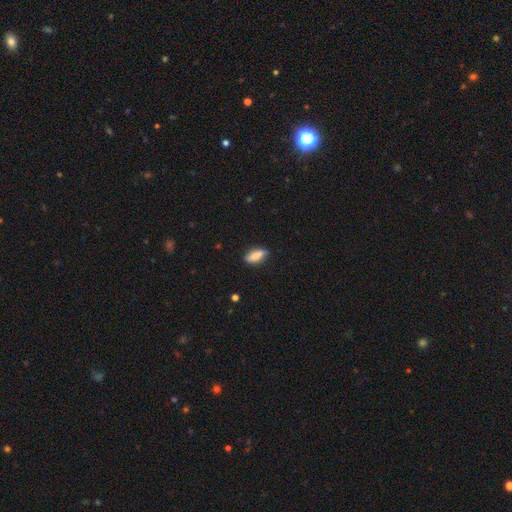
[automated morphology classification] Smooth or featured? Predicted: smooth (p=0.81). How rounded? Predicted: in between (p=0.73). Merging? Predicted: none (p=0.81).